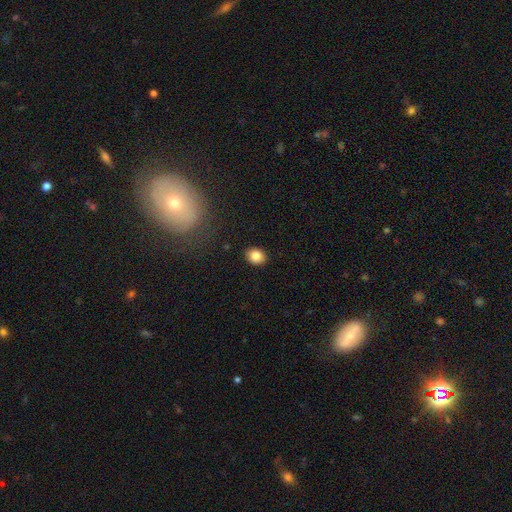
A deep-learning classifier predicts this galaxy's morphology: A smooth galaxy with no disk features (84%) that is round (51%). Merging: none (90%).